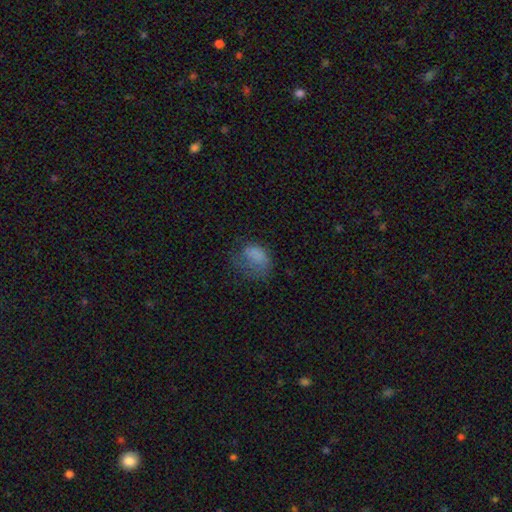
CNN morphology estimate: Smooth or featured: smooth — 70% (featured or disk — 18%)
How rounded: in between — 74% (round — 24%)
Merging: major disturbance — 41% (none — 31%)